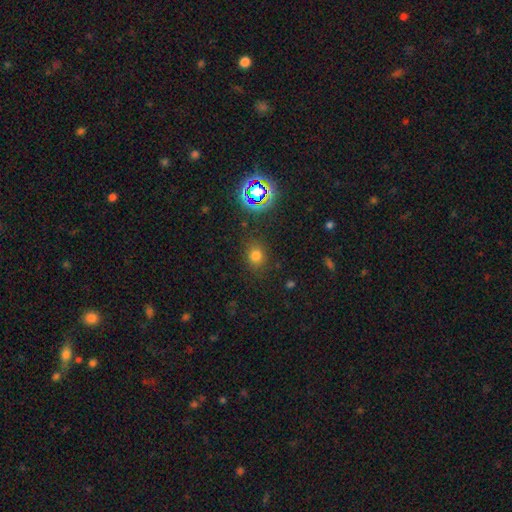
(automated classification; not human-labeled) smooth 71%, star or artifact 22%, featured or disk 7%. Down the decision tree: how rounded — round (66%); merging — none (83%).